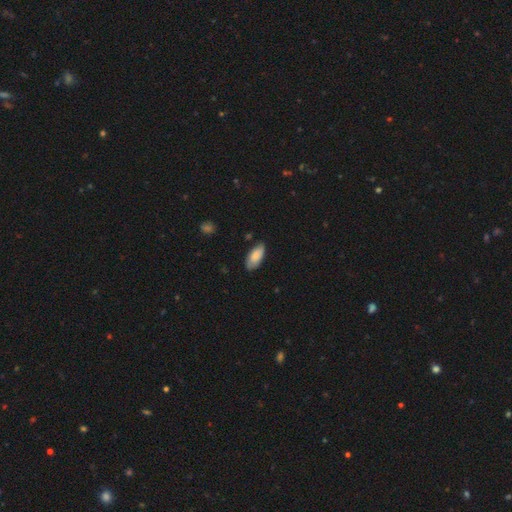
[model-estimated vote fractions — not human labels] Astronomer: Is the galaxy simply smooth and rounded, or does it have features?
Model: smooth — 80%.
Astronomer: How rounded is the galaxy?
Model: in between — 90%.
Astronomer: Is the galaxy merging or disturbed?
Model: none — 77%.